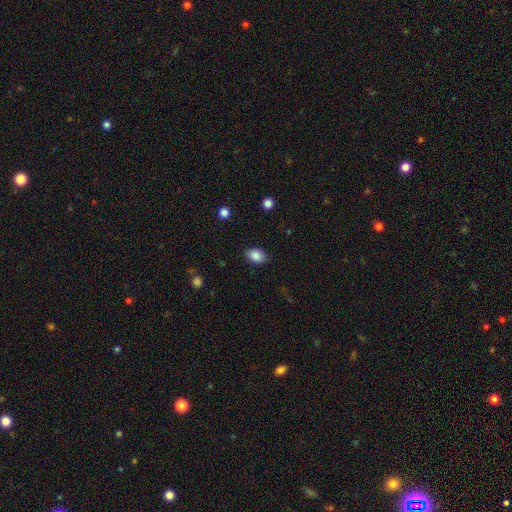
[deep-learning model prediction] Smooth or featured? smooth (87%)
How rounded? in between (83%)
Merging? none (86%)